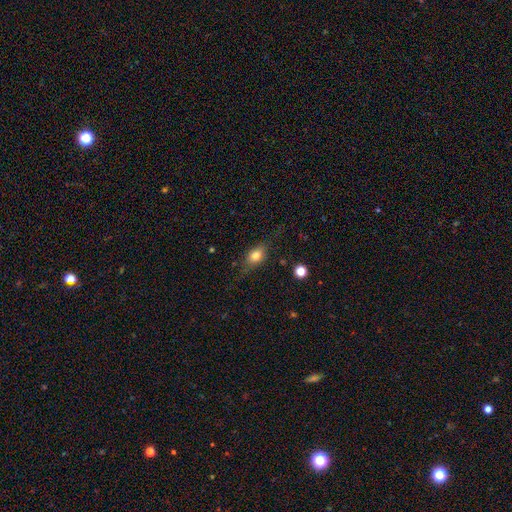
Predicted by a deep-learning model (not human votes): Morphology: type=smooth (73%); roundness=in between (71%); merging=none (71%).